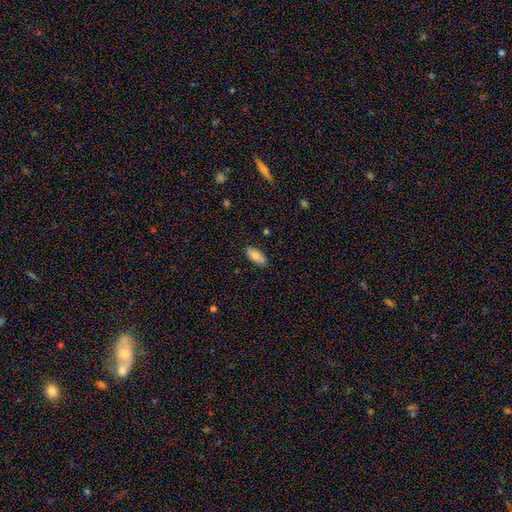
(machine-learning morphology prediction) smooth_or_featured: smooth (p=0.81) [alt: featured or disk p=0.12]
how_rounded: in between (p=0.86) [alt: cigar-shaped p=0.12]
merging: none (p=0.87) [alt: minor disturbance p=0.10]